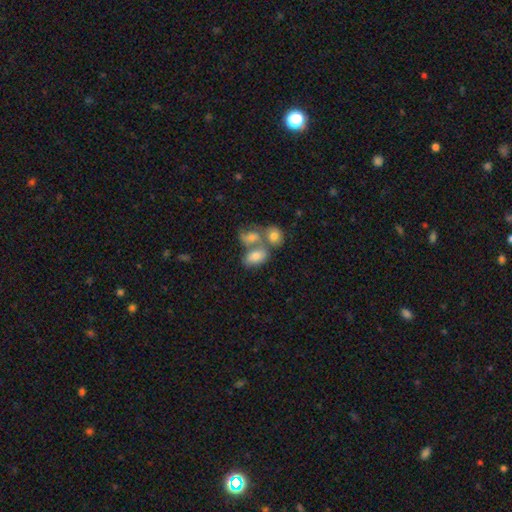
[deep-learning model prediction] Smooth or featured? smooth (70%)
How rounded? in between (86%)
Merging? merger (54%)